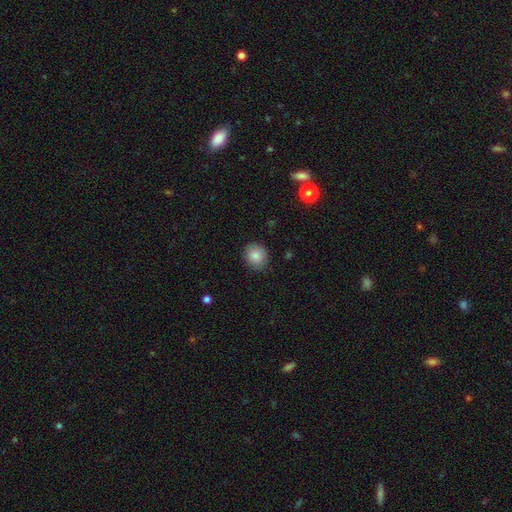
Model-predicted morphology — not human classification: This is clearly a smooth galaxy (85%). How rounded: likely round (72%). Merging: clearly none (85%).